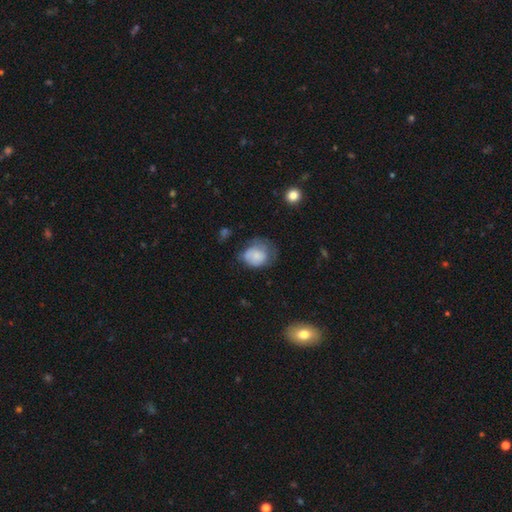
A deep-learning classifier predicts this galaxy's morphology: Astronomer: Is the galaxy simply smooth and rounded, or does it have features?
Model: smooth — 70%.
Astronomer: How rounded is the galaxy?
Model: round — 59% (runner-up: in between, 40%).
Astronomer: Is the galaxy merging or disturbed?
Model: none — 37% (runner-up: minor disturbance, 35%).